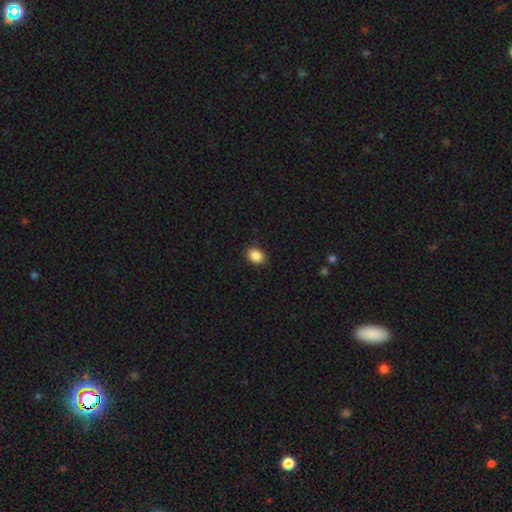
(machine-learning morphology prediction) Smooth or featured? Predicted: smooth (p=0.88). How rounded? Predicted: in between (p=0.64). Merging? Predicted: none (p=0.89).